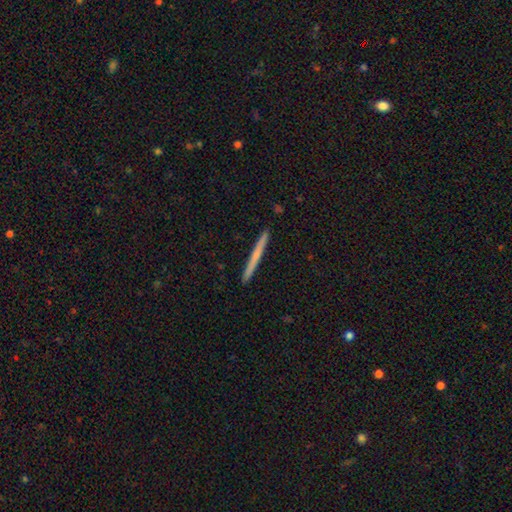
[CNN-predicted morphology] Smooth or featured? smooth (54%)
How rounded? cigar-shaped (97%)
Merging? none (93%)